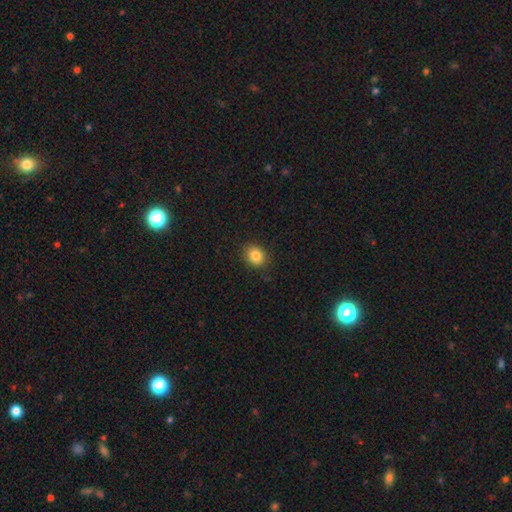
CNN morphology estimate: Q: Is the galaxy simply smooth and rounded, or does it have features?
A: smooth — 84%.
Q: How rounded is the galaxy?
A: round — 62%.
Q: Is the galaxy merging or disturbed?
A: none — 89%.